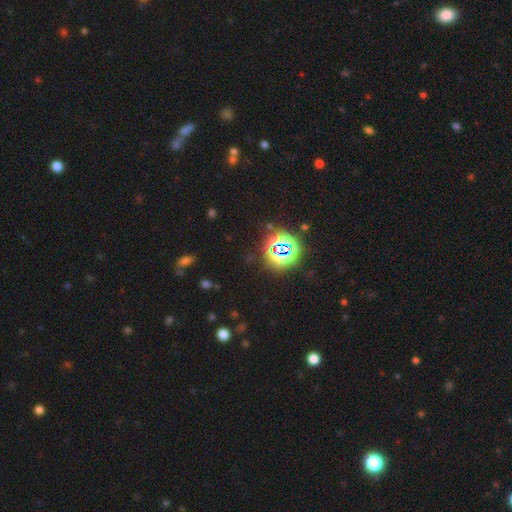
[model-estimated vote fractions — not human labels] smooth-or-featured: star or artifact: 75% | smooth: 18% | featured or disk: 8%